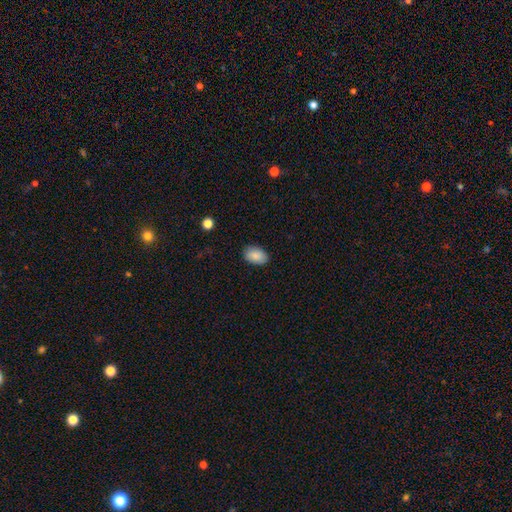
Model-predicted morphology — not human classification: Smooth or featured?
  - smooth: 88% *
  - star or artifact: 7%
  - featured or disk: 5%
How rounded?
  - in between: 89% *
  - round: 10%
  - cigar-shaped: 1%
Merging?
  - none: 86% *
  - minor disturbance: 10%
  - major disturbance: 2%
  - merger: 1%